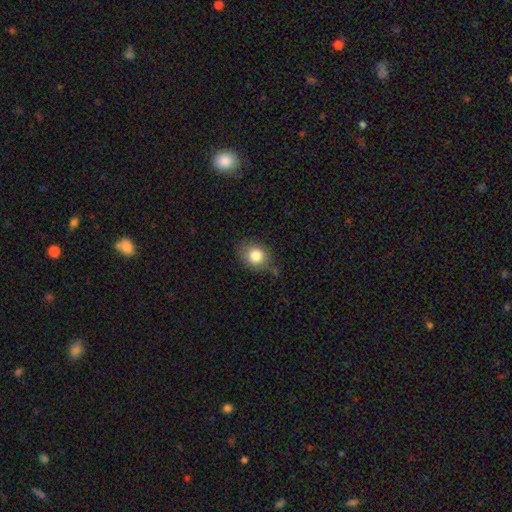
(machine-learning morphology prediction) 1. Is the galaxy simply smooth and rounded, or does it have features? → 82% smooth, 10% star or artifact, 9% featured or disk.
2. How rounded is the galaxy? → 59% round, 40% in between, 1% cigar-shaped.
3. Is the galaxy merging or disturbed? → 71% none, 21% minor disturbance, 5% major disturbance, 3% merger.